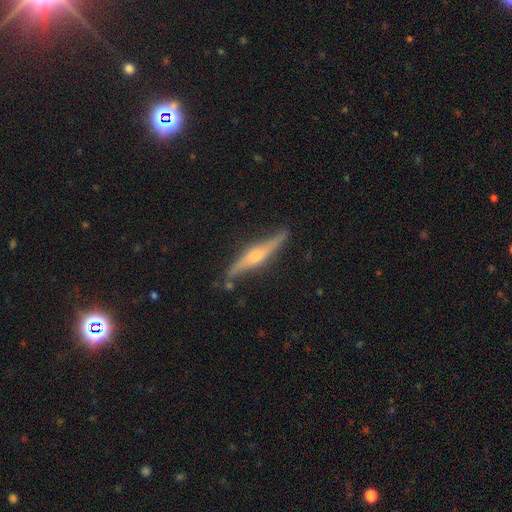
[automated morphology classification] Smooth or featured?
  - featured or disk: 79% *
  - smooth: 15%
  - star or artifact: 6%
Edge-on disk?
  - yes: 92% *
  - no: 8%
Edge-on bulge?
  - rounded: 85% *
  - boxy: 9%
  - none: 6%
Merging?
  - none: 79% *
  - minor disturbance: 15%
  - major disturbance: 3%
  - merger: 2%